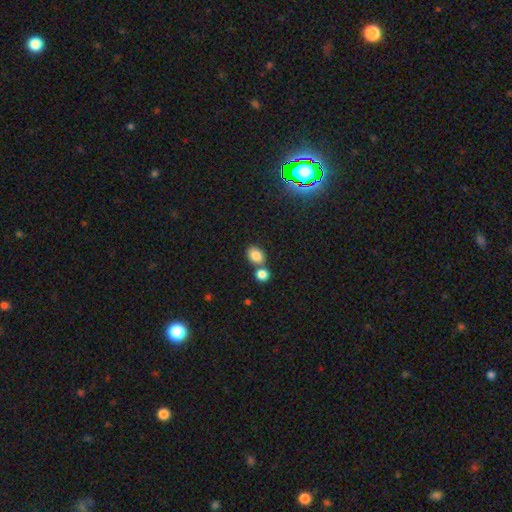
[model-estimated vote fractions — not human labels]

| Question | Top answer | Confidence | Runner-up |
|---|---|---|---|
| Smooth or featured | smooth | 83% | star or artifact (10%) |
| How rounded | in between | 67% | round (32%) |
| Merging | none | 56% | merger (32%) |